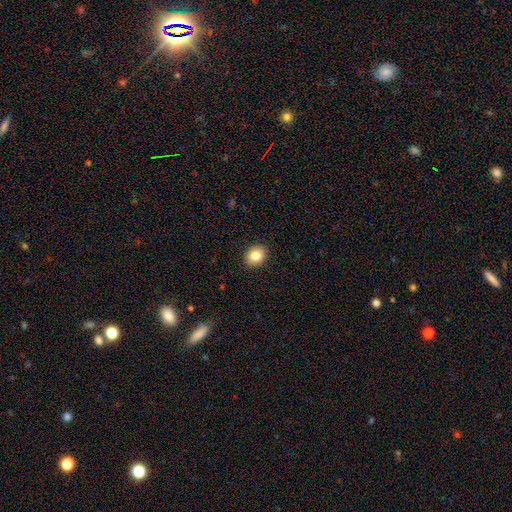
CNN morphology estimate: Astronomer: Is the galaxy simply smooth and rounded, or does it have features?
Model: smooth — 83%.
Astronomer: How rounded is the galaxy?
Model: round — 54% (runner-up: in between, 45%).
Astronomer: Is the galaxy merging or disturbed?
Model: none — 91%.